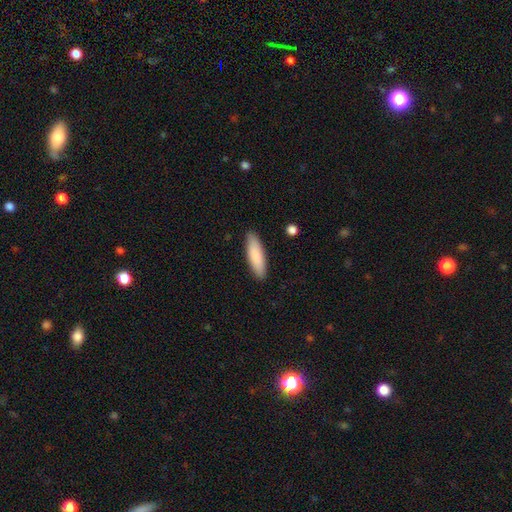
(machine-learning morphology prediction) Smooth or featured? Predicted: smooth (p=0.86). How rounded? Predicted: cigar-shaped (p=0.58). Merging? Predicted: none (p=0.88).